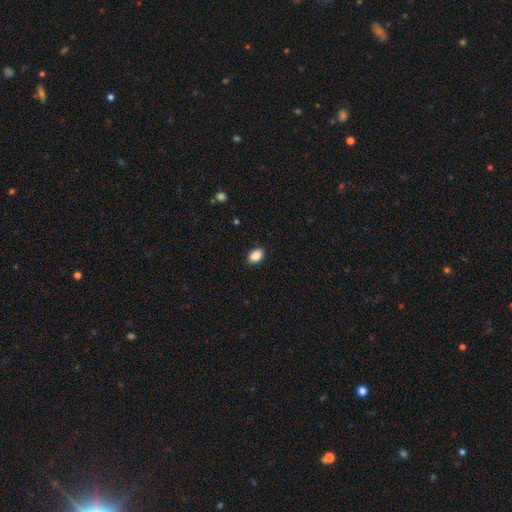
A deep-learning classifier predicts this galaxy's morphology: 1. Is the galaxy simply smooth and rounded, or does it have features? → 89% smooth, 8% star or artifact, 3% featured or disk.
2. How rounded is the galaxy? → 80% in between, 18% round, 1% cigar-shaped.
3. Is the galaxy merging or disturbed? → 89% none, 8% minor disturbance, 2% major disturbance, 1% merger.